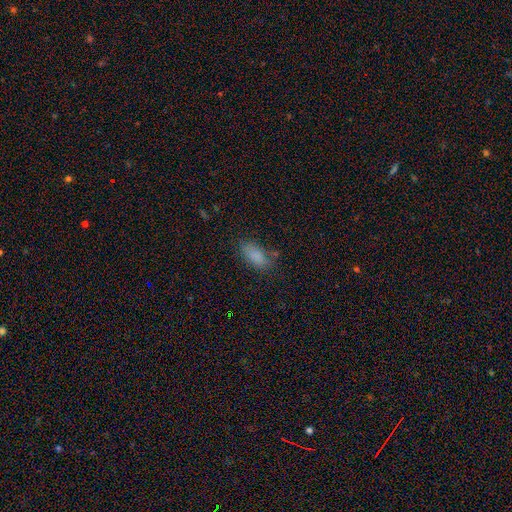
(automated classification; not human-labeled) The model was most divided on "merging": none: 66%, minor disturbance: 22%, major disturbance: 8%, merger: 4%. More confident: how rounded — in between (89%); smooth or featured — smooth (83%).